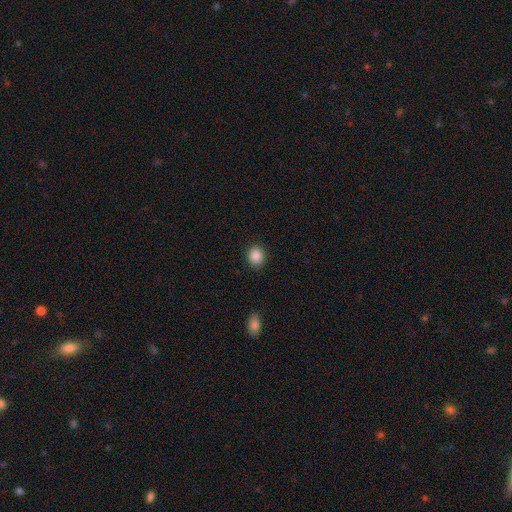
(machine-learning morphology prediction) smooth_or_featured: smooth (p=0.87) [alt: star or artifact p=0.09]
how_rounded: round (p=0.75) [alt: in between p=0.24]
merging: none (p=0.90) [alt: minor disturbance p=0.07]